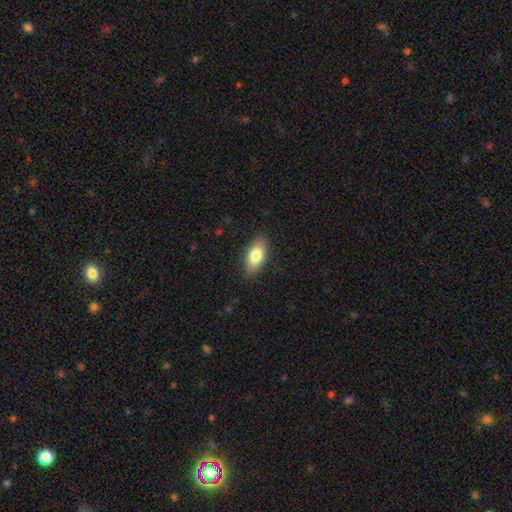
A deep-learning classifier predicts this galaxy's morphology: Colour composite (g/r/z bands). It shows a smooth galaxy with no disk features (80%) that is in between round and cigar-shaped (89%). Merging: none (86%).